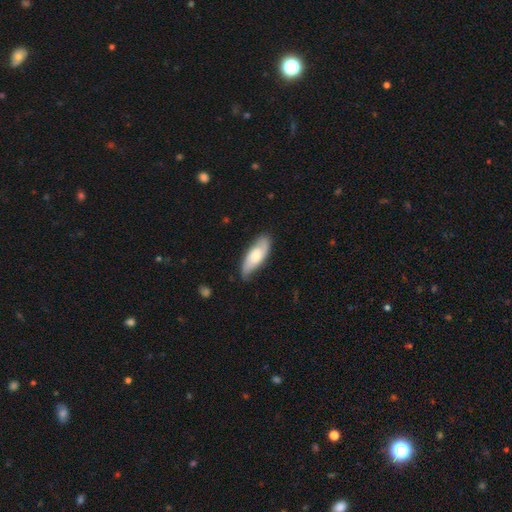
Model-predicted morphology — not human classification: The model was most divided on "smooth or featured": smooth: 48%, featured or disk: 47%, star or artifact: 5%. More confident: merging — none (73%).